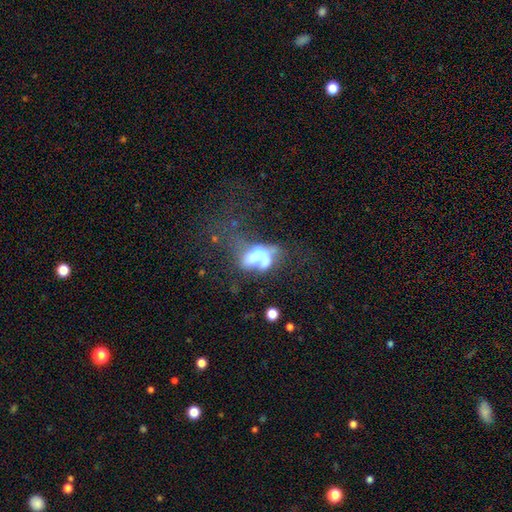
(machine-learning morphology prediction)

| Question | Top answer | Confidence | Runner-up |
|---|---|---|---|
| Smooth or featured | smooth | 44% | featured or disk (43%) |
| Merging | merger | 37% | major disturbance (36%) |